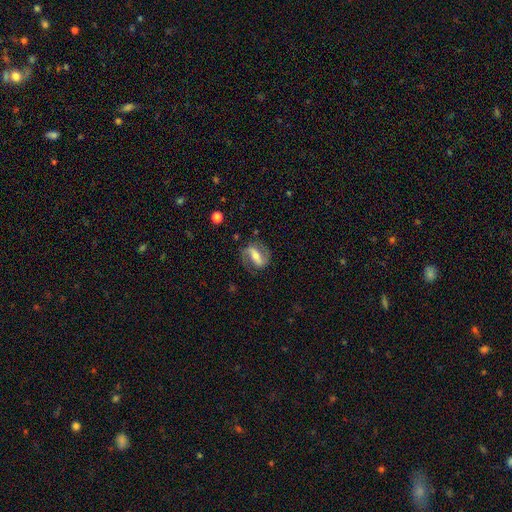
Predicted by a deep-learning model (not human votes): The model was most divided on "bulge size": moderate: 49%, small: 35%, large: 9%, none: 5%, dominant: 2%. Remaining: edge-on disk — no (92%); spiral arm count — 2 (87%); spiral arms — yes (86%); merging — none (76%); smooth or featured — featured or disk (74%); bar — strong (62%); spiral winding — medium (44%).